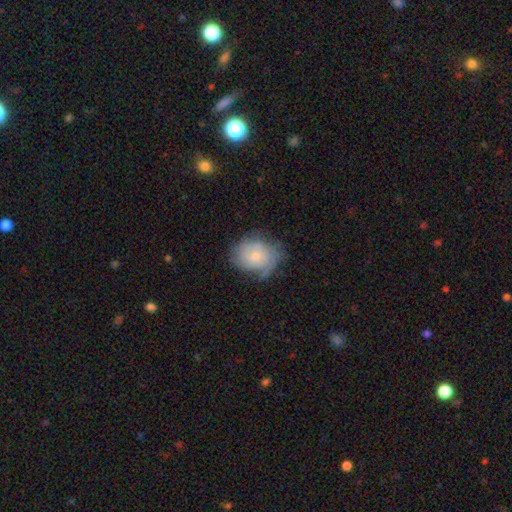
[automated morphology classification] This is possibly a featured or disk galaxy (47%). Merging: possibly none (53%).